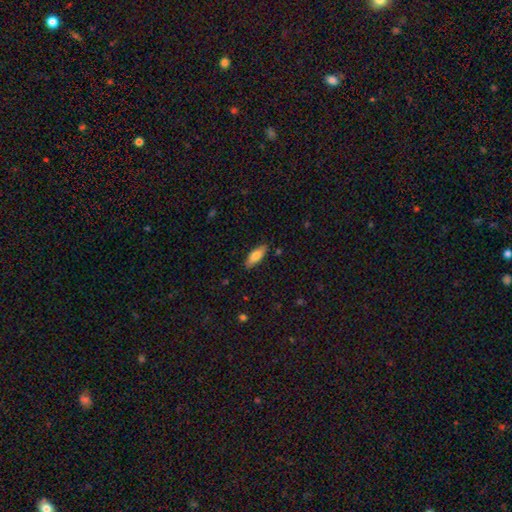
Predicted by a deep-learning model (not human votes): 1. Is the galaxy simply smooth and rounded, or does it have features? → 81% smooth, 13% featured or disk, 6% star or artifact.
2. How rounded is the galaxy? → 69% in between, 29% cigar-shaped, 2% round.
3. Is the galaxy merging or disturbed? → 85% none, 12% minor disturbance, 2% major disturbance, 1% merger.